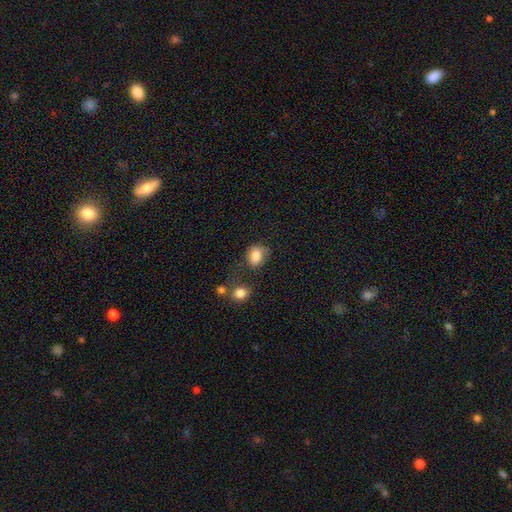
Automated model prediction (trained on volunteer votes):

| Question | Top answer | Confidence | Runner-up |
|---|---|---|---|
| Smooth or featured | smooth | 82% | star or artifact (9%) |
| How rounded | round | 55% | in between (44%) |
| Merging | none | 59% | minor disturbance (25%) |